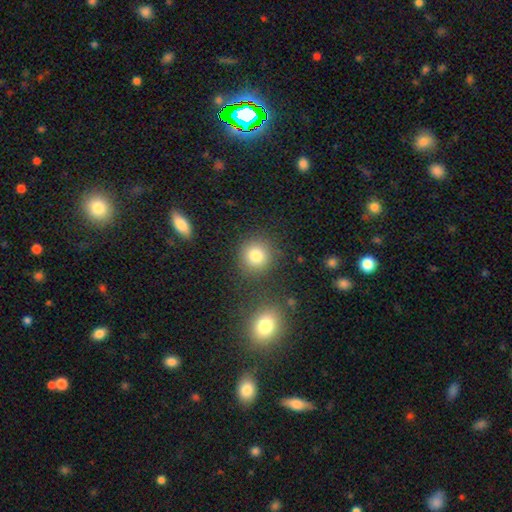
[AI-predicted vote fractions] smooth-or-featured: smooth: 81% | star or artifact: 12% | featured or disk: 7%
  how-rounded: round: 91% | in between: 8% | cigar-shaped: 1%
  merging: none: 81% | minor disturbance: 8% | merger: 7% | major disturbance: 3%